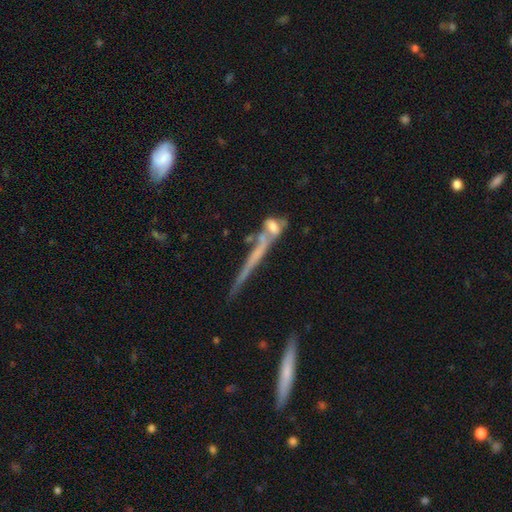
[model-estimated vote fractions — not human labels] Morphology: type=featured or disk (58%); edge-on=yes (77%); merging=none (37%).